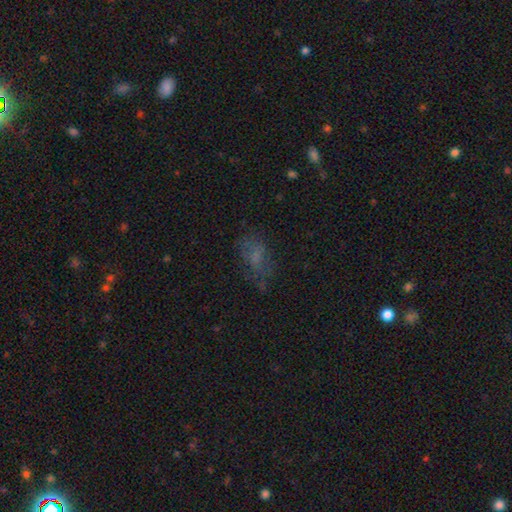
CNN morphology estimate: This appears to be a smooth galaxy with no disk features (54%) that is in between round and cigar-shaped (84%). Merging: none (54%).